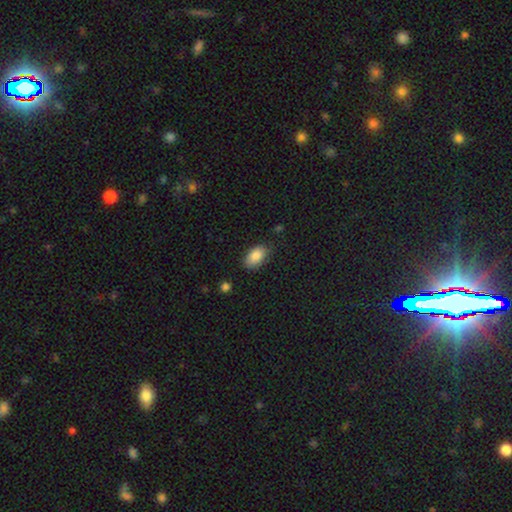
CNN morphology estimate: Smooth or featured? Predicted: smooth (p=0.86). How rounded? Predicted: in between (p=0.92). Merging? Predicted: none (p=0.79).